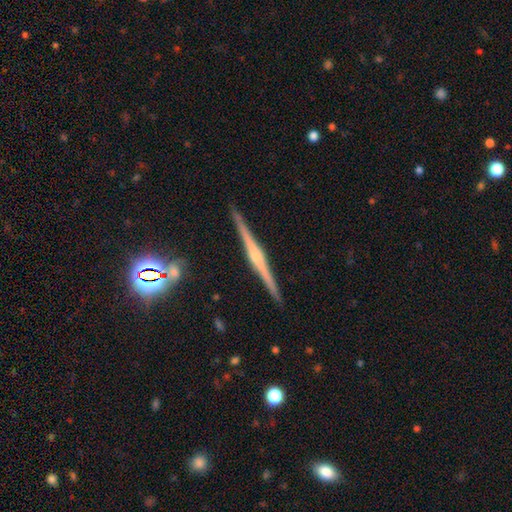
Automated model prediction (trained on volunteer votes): smooth_or_featured: featured or disk (p=0.81) [alt: smooth p=0.11]
disk_edge_on: yes (p=0.98) [alt: no p=0.02]
edge_on_bulge: rounded (p=0.73) [alt: none p=0.15]
merging: none (p=0.91) [alt: minor disturbance p=0.06]